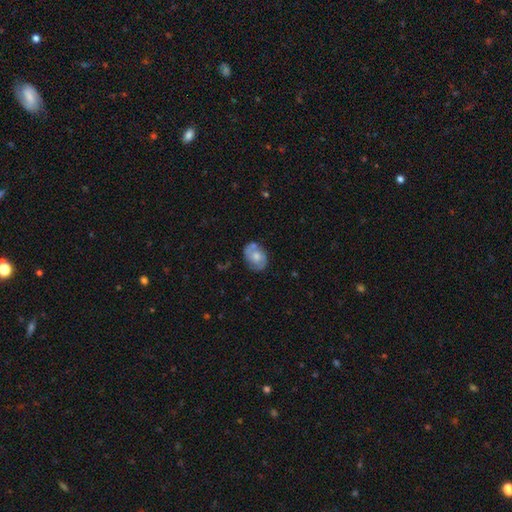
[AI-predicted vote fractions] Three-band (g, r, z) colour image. It shows a featured or disk galaxy (53%) with no bar (75%), spiral arms (72%) and a moderate central bulge (57%). Merging: none (65%).